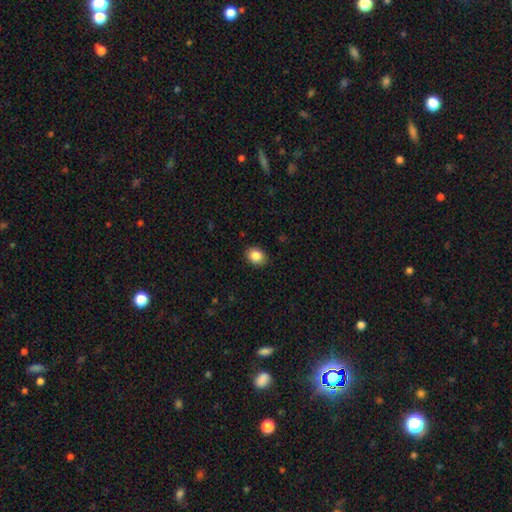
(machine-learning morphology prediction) Smooth or featured? Predicted: smooth (p=0.86). How rounded? Predicted: in between (p=0.54). Merging? Predicted: none (p=0.89).